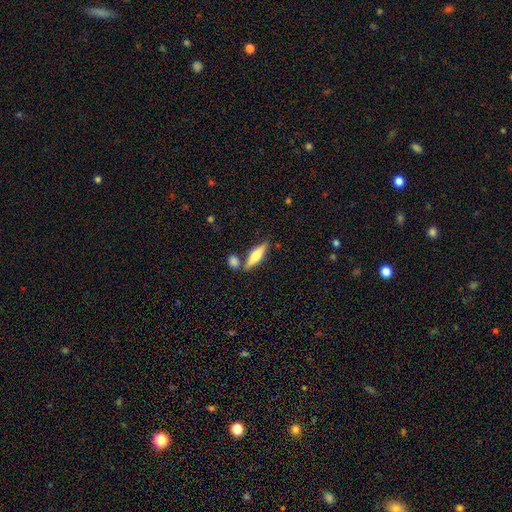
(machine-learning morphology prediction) Overall: smooth (49%; featured or disk 45%). Merging: none (74%).